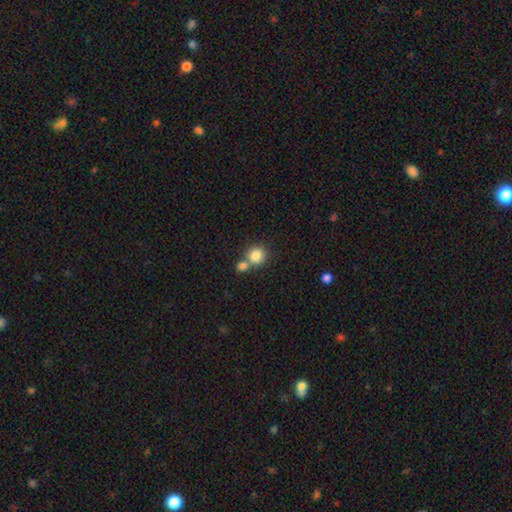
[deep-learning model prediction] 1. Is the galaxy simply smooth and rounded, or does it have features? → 83% smooth, 10% star or artifact, 7% featured or disk.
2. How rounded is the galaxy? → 88% round, 11% in between, 1% cigar-shaped.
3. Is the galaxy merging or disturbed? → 52% none, 39% merger, 7% minor disturbance, 3% major disturbance.